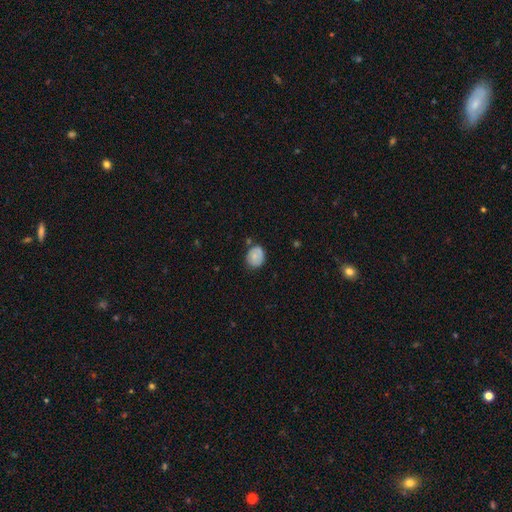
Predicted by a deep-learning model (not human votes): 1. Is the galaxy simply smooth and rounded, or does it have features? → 71% smooth, 21% featured or disk, 8% star or artifact.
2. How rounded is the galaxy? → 58% round, 41% in between, 1% cigar-shaped.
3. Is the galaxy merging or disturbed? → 70% none, 23% minor disturbance, 4% major disturbance, 4% merger.